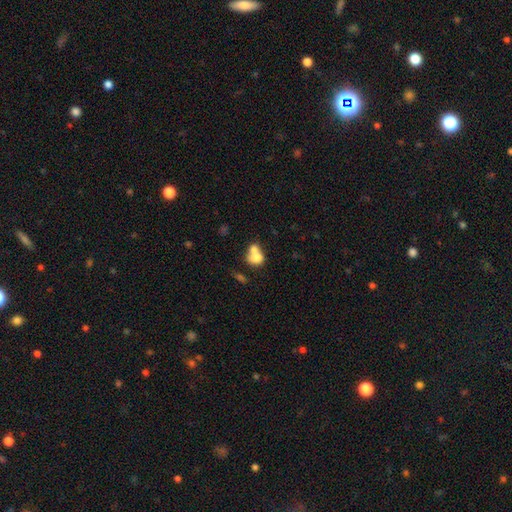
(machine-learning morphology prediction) This is likely a smooth galaxy (69%). How rounded: possibly round (51%). Merging: likely merger (69%).